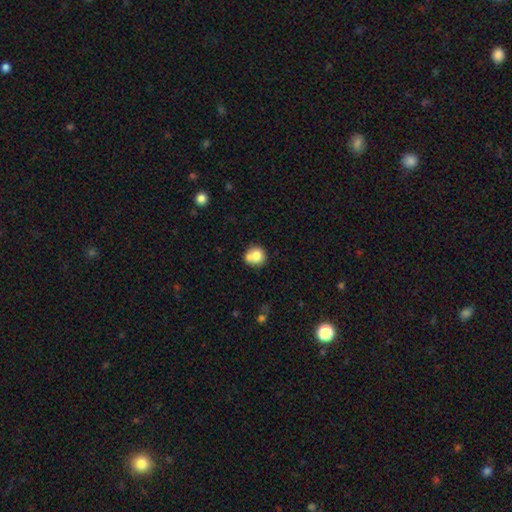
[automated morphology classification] Overall: smooth (76%). How rounded: round (82%). Merging: none (51%; merger 31%).